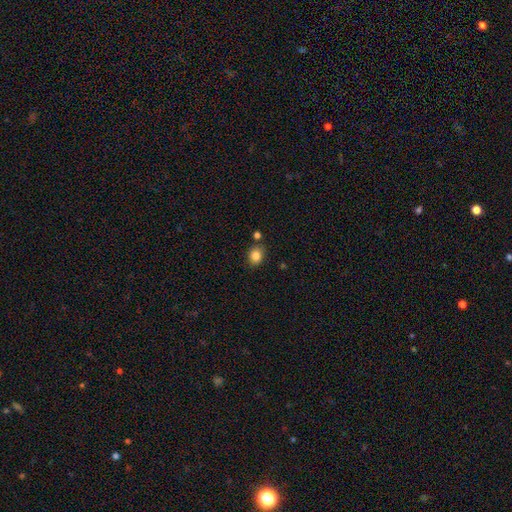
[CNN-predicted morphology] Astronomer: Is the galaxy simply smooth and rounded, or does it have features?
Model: smooth — 84%.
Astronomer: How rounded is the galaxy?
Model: round — 55% (runner-up: in between, 44%).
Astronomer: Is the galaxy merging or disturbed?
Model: none — 79%.